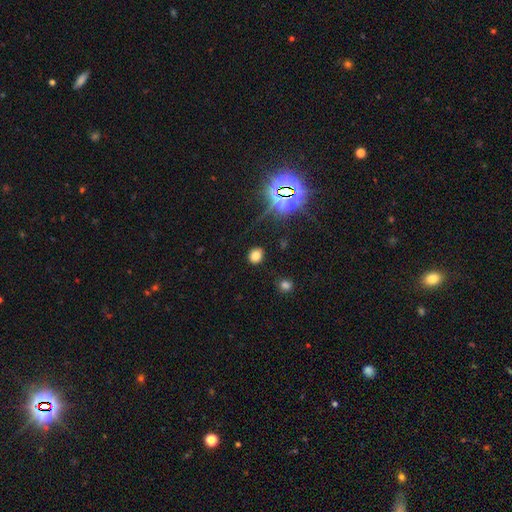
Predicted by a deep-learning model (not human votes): A smooth galaxy with no disk features (73%) that is round (61%). Merging: none (87%).